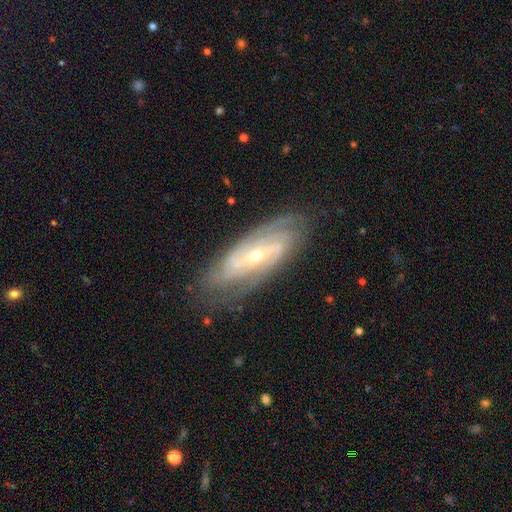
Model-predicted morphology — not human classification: A featured or disk galaxy (85%) with no bar (43%), tight (60%) spiral arms (94%) and a small central bulge (61%).

Vote fractions:
- Smooth or featured? featured or disk: 85% / smooth: 10% / star or artifact: 6%
- Edge-on disk? no: 89% / yes: 11%
- Bar? no: 43% / weak: 36% / strong: 20%
- Spiral arms? yes: 94% / no: 6%
- Spiral winding? tight: 60% / medium: 31% / loose: 9%
- Spiral arm count? can't tell: 34% / 2: 33% / 3: 16% / 4: 9% / more than 4: 5% / 1: 4%
- Bulge size? small: 61% / moderate: 36% / large: 1% / none: 1% / dominant: 1%
- Merging? none: 79% / minor disturbance: 15% / major disturbance: 4% / merger: 1%